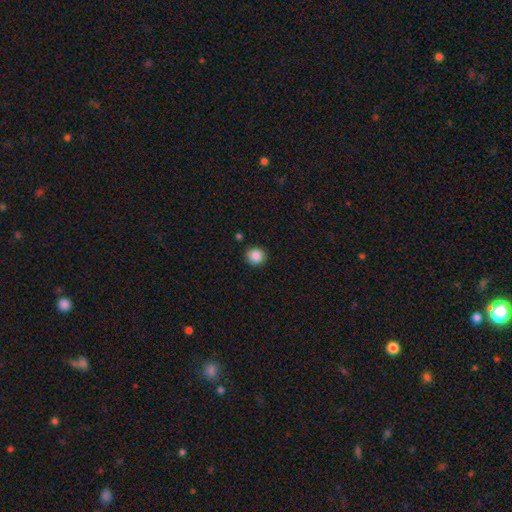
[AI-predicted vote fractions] Smooth or featured? smooth (87%)
How rounded? round (92%)
Merging? none (90%)